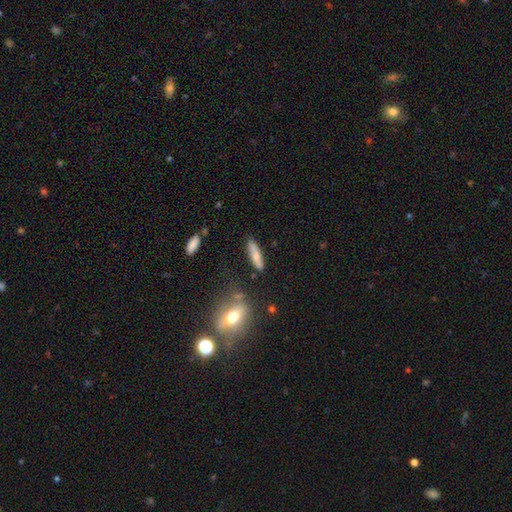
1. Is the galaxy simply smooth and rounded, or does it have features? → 75% smooth, 19% featured or disk, 6% star or artifact.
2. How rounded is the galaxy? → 89% cigar-shaped, 11% in between, 0% round.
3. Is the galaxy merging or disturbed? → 88% none, 12% minor disturbance, 0% major disturbance, 0% merger.